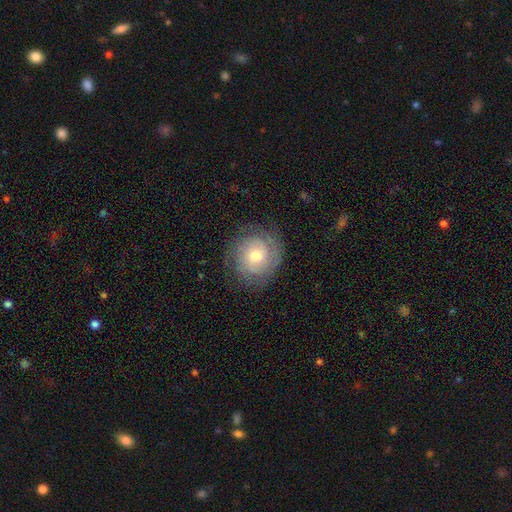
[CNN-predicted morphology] This appears to be a featured or disk galaxy (70%) with no bar (73%), tight (72%) spiral arms (90%) and a moderate central bulge (63%). Merging: none (80%).